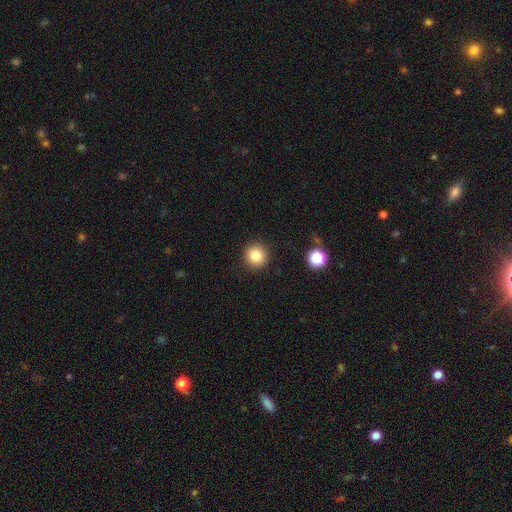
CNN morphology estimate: Smooth or featured? smooth (83%)
How rounded? round (94%)
Merging? none (91%)